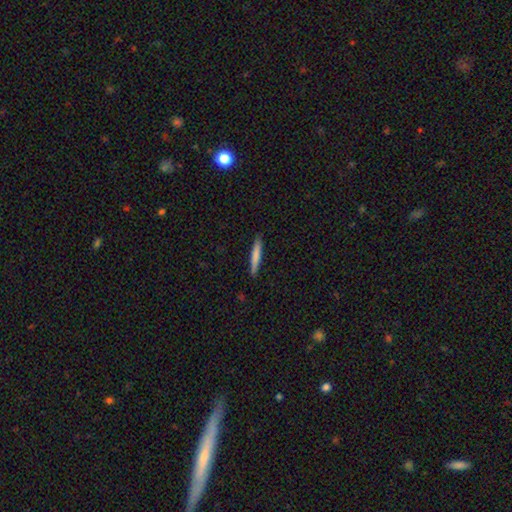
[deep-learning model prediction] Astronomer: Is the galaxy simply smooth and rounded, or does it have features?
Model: smooth — 76%.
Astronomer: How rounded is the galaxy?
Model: cigar-shaped — 94%.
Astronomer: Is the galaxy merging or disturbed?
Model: none — 89%.